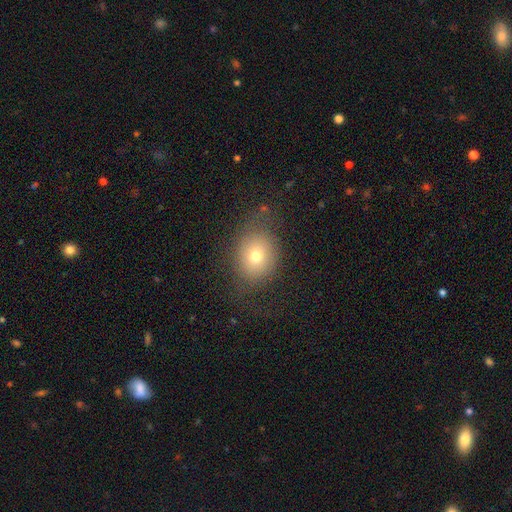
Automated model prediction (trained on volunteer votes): Smooth or featured? Predicted: smooth (p=0.69). How rounded? Predicted: round (p=0.57). Merging? Predicted: none (p=0.68).